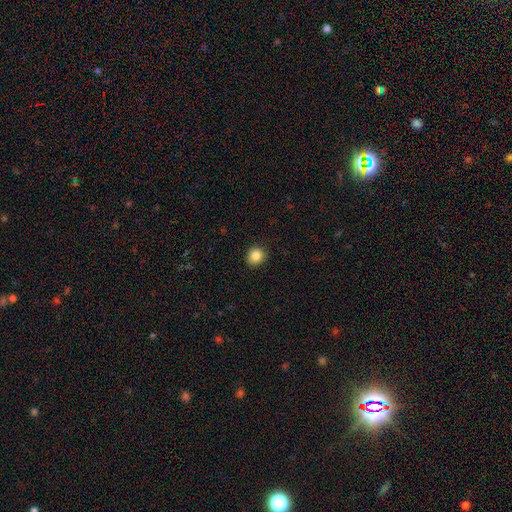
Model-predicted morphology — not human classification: Smooth or featured: smooth — 85% (star or artifact — 10%)
How rounded: round — 87% (in between — 12%)
Merging: none — 91% (minor disturbance — 6%)